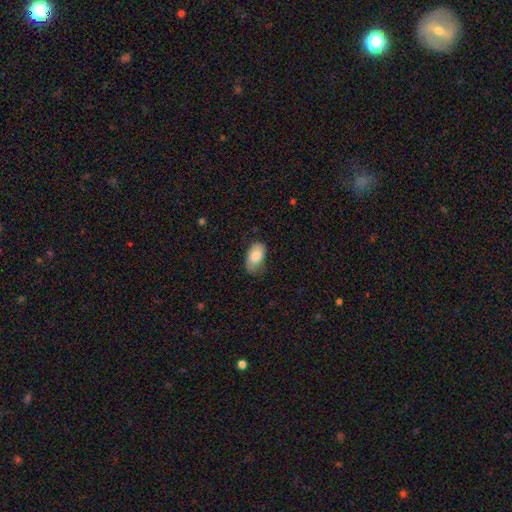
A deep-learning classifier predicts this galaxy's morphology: Smooth or featured?
  - smooth: 85% *
  - featured or disk: 8%
  - star or artifact: 7%
How rounded?
  - in between: 94% *
  - round: 4%
  - cigar-shaped: 2%
Merging?
  - none: 66% *
  - minor disturbance: 27%
  - major disturbance: 5%
  - merger: 1%